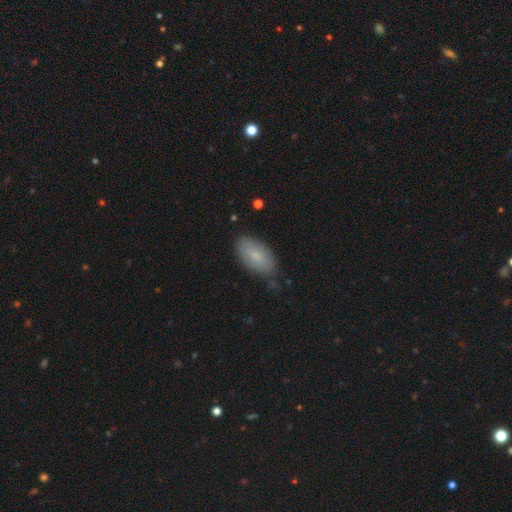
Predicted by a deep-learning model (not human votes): smooth-or-featured: smooth: 76% | featured or disk: 18% | star or artifact: 7%
  how-rounded: in between: 93% | cigar-shaped: 4% | round: 3%
  merging: none: 77% | minor disturbance: 18% | major disturbance: 3% | merger: 2%